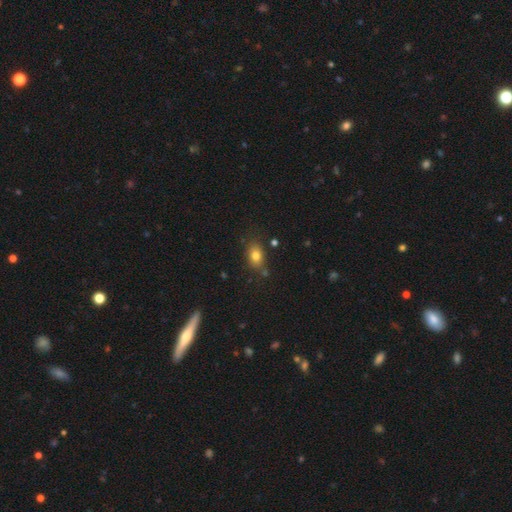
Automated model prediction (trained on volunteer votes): A smooth galaxy with no disk features (79%) that is in between round and cigar-shaped (76%).

Vote fractions:
- Smooth or featured? smooth: 79% / star or artifact: 11% / featured or disk: 10%
- How rounded? in between: 76% / round: 22% / cigar-shaped: 2%
- Merging? none: 75% / minor disturbance: 16% / merger: 6% / major disturbance: 4%